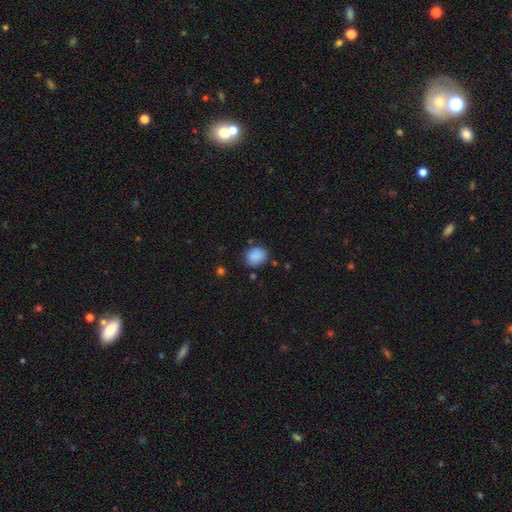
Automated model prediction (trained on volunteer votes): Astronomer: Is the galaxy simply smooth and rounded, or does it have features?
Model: smooth — 88%.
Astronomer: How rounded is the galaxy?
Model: round — 55% (runner-up: in between, 44%).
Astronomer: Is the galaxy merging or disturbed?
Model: none — 78%.